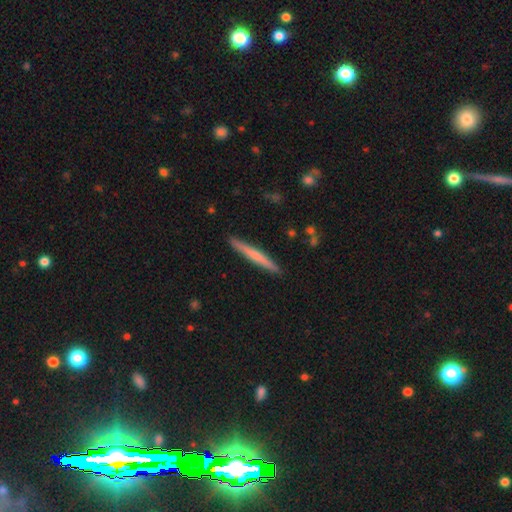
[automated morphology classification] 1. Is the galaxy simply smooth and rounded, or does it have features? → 55% smooth, 40% featured or disk, 5% star or artifact.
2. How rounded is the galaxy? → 96% cigar-shaped, 2% in between, 1% round.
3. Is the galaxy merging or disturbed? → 91% none, 7% minor disturbance, 1% major disturbance, 1% merger.